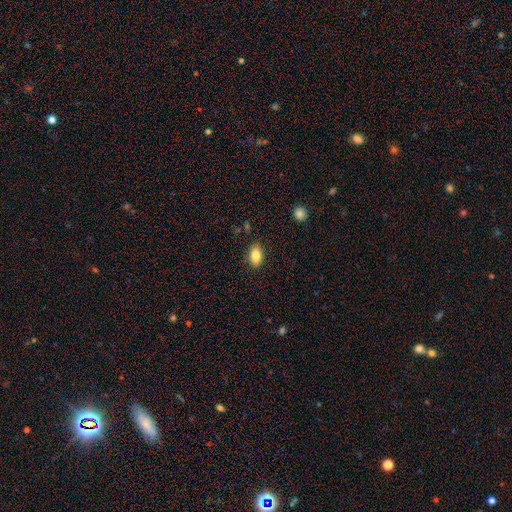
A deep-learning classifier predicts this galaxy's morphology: Smooth or featured?
  - smooth: 83% *
  - featured or disk: 9%
  - star or artifact: 8%
How rounded?
  - in between: 90% *
  - round: 8%
  - cigar-shaped: 2%
Merging?
  - none: 86% *
  - minor disturbance: 11%
  - major disturbance: 2%
  - merger: 1%